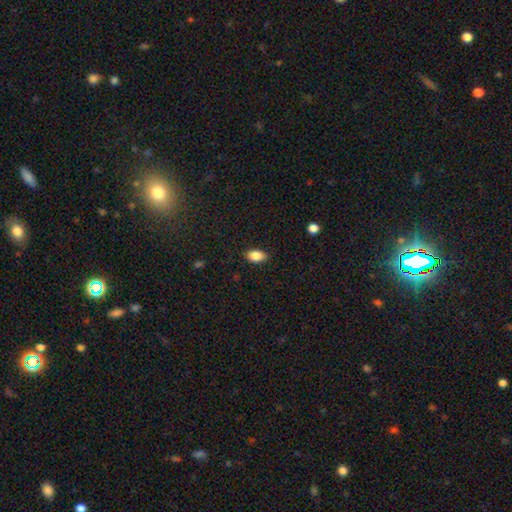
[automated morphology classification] This is clearly a smooth galaxy (86%). How rounded: clearly in between (90%). Merging: clearly none (87%).